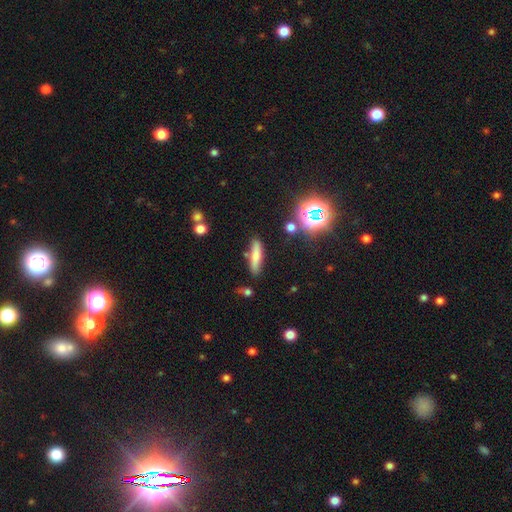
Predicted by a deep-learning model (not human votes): This appears to be a smooth galaxy with no disk features (68%) that is cigar-shaped (74%). Merging: none (80%).